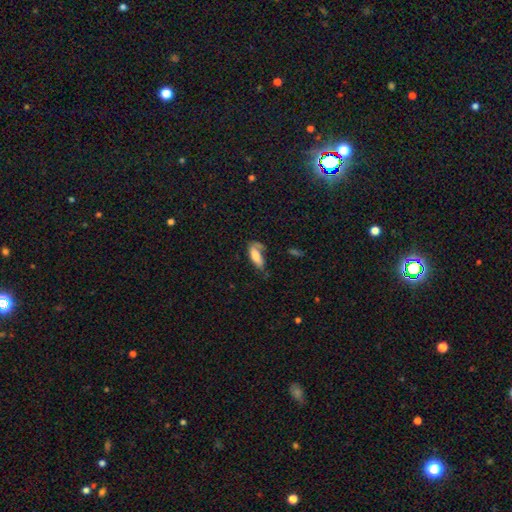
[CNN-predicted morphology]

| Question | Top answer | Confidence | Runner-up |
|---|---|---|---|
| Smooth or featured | smooth | 75% | featured or disk (17%) |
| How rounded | in between | 72% | cigar-shaped (26%) |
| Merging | none | 39% | minor disturbance (29%) |